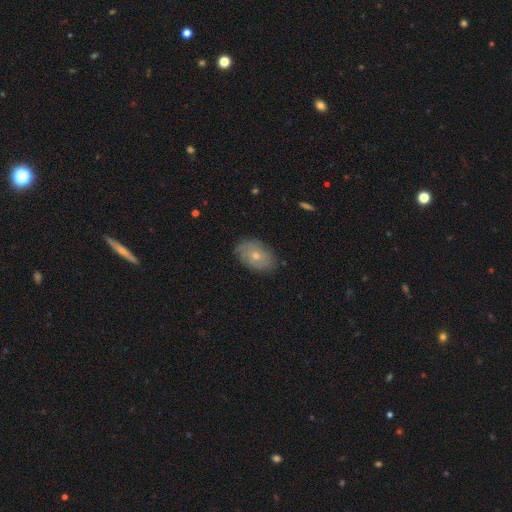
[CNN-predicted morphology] type=smooth (52%); roundness=in between (85%); merging=none (79%).